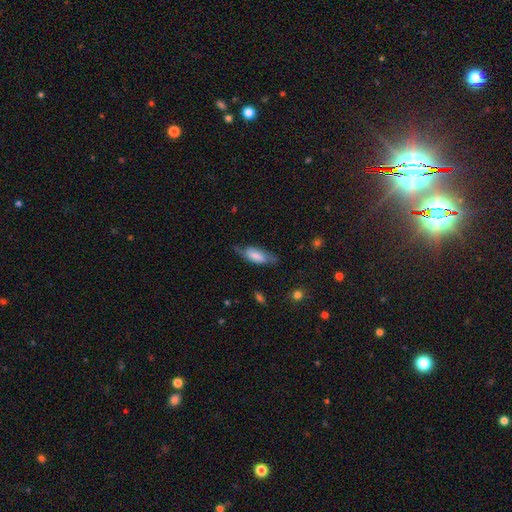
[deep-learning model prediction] A smooth galaxy with no disk features (61%) that is in between round and cigar-shaped (77%).

Vote fractions:
- Smooth or featured? smooth: 61% / featured or disk: 32% / star or artifact: 7%
- How rounded? in between: 77% / cigar-shaped: 21% / round: 2%
- Merging? none: 56% / minor disturbance: 31% / major disturbance: 11% / merger: 2%